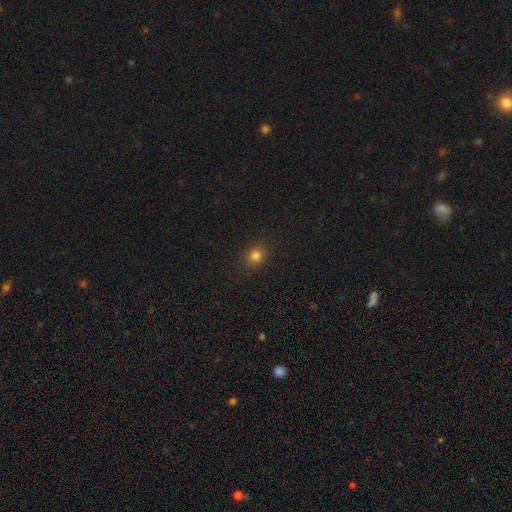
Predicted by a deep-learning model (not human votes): Q: Smooth or featured?
A: smooth (80%); runner-up: star or artifact (15%)
Q: How rounded?
A: round (81%); runner-up: in between (18%)
Q: Merging?
A: none (89%); runner-up: minor disturbance (8%)